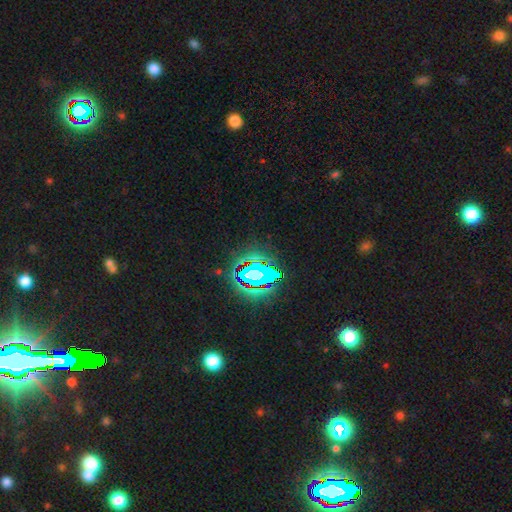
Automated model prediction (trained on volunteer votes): Overall: star or artifact (82%).